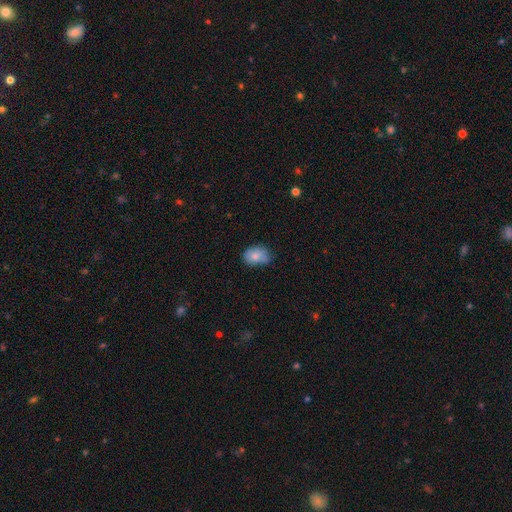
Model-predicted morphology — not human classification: smooth_or_featured: smooth (p=0.79) [alt: featured or disk p=0.12]
how_rounded: in between (p=0.74) [alt: round p=0.25]
merging: none (p=0.57) [alt: minor disturbance p=0.34]